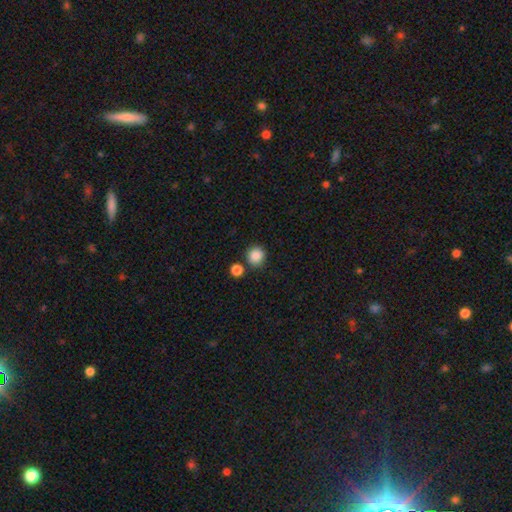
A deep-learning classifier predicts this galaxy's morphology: The model was most divided on "merging": none: 80%, merger: 9%, minor disturbance: 8%, major disturbance: 3%. More confident: how rounded — round (90%); smooth or featured — smooth (87%).